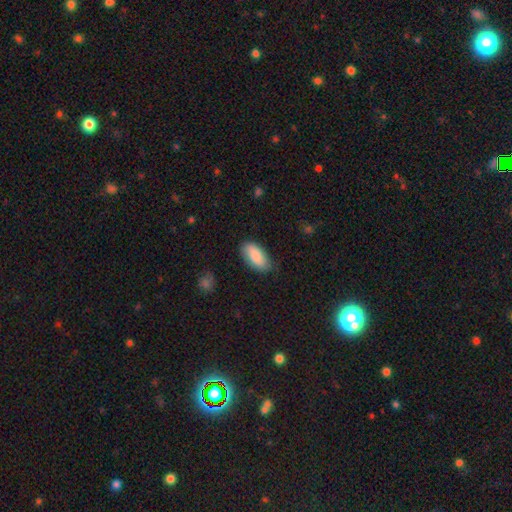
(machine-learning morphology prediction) Overall: smooth (87%). How rounded: in between (91%). Merging: none (78%).